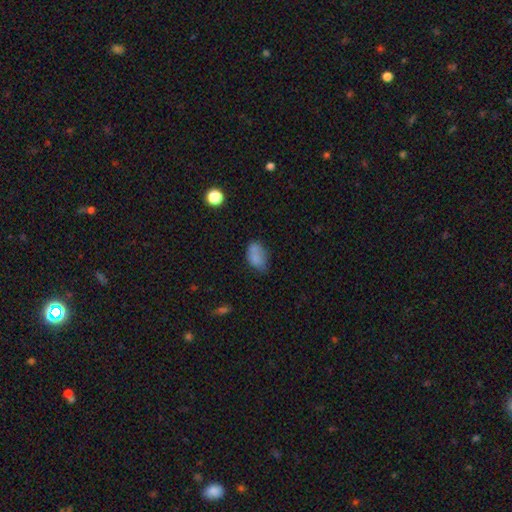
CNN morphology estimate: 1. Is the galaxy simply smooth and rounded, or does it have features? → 77% smooth, 11% star or artifact, 11% featured or disk.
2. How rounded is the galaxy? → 87% in between, 11% round, 2% cigar-shaped.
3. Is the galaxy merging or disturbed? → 52% none, 29% minor disturbance, 10% major disturbance, 9% merger.